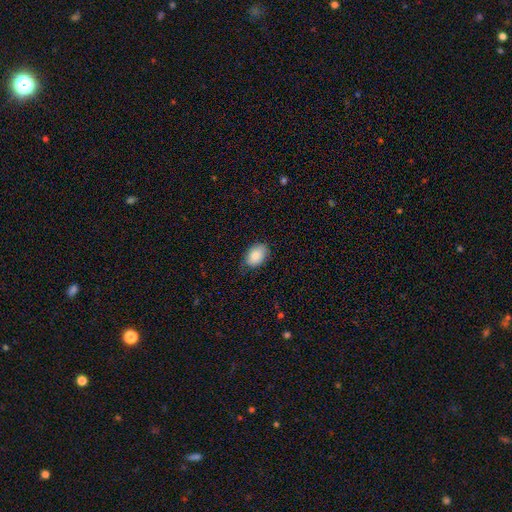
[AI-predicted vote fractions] smooth_or_featured: smooth (p=0.88) [alt: star or artifact p=0.07]
how_rounded: in between (p=0.87) [alt: round p=0.12]
merging: none (p=0.77) [alt: minor disturbance p=0.18]